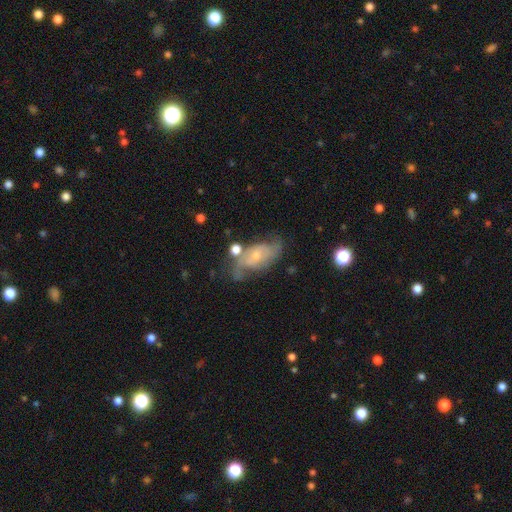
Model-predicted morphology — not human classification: featured or disk 67%, smooth 25%, star or artifact 8%. Down the decision tree: edge-on disk — no (93%); bar — no (63%); spiral arms — yes (82%); spiral arm count — 2 (71%); spiral winding — loose (40%, tied with medium); bulge size — small (67%); merging — none (45%).